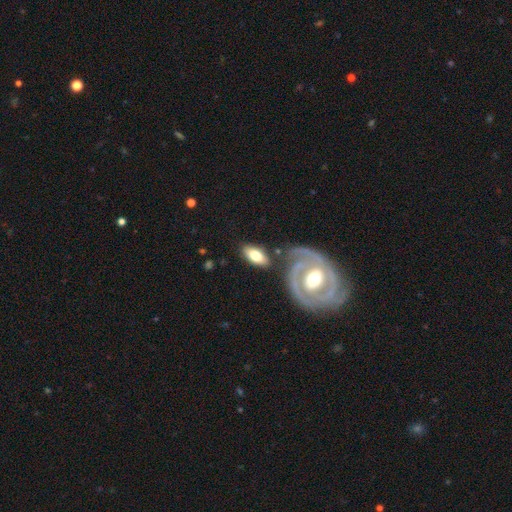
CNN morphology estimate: Smooth or featured: smooth — 65% (featured or disk — 29%)
How rounded: in between — 87% (cigar-shaped — 9%)
Merging: none — 72% (minor disturbance — 14%)